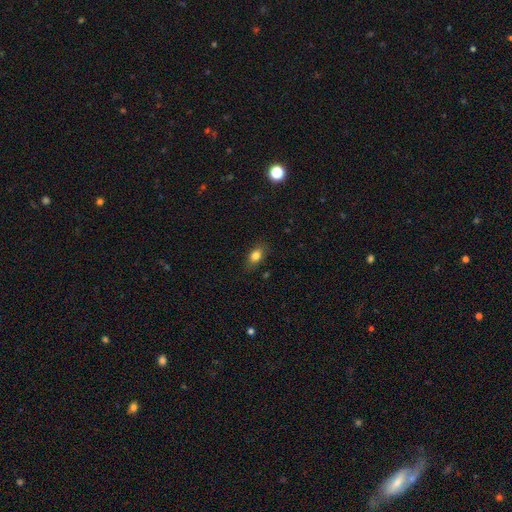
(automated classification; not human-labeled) This appears to be a smooth galaxy with no disk features (82%) that is in between round and cigar-shaped (82%). Merging: none (81%).